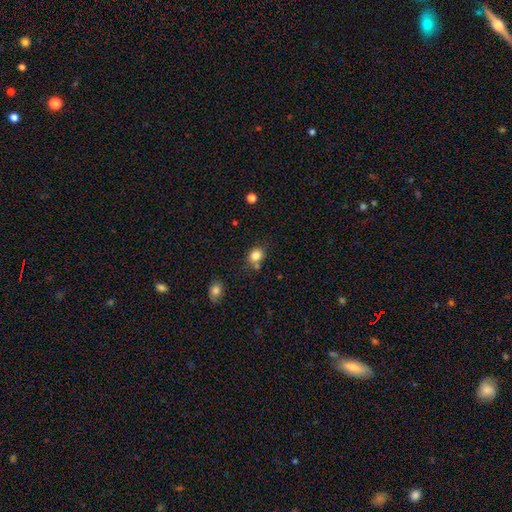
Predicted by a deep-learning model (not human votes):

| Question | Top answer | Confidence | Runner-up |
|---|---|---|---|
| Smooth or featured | smooth | 83% | star or artifact (11%) |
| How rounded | round | 65% | in between (34%) |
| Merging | none | 64% | minor disturbance (17%) |